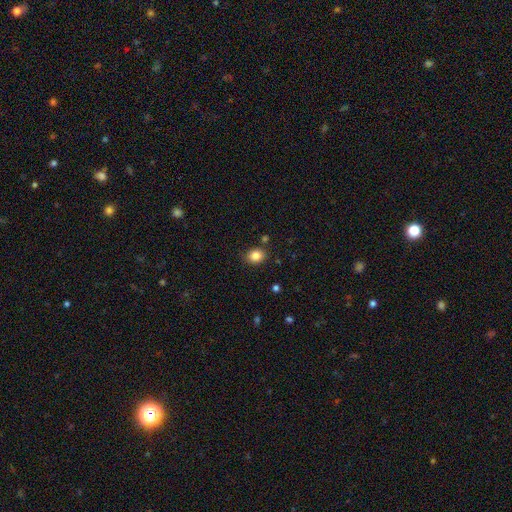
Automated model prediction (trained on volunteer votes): Smooth or featured?
  - smooth: 84% *
  - star or artifact: 10%
  - featured or disk: 6%
How rounded?
  - round: 53% *
  - in between: 46%
  - cigar-shaped: 1%
Merging?
  - none: 84% *
  - minor disturbance: 10%
  - merger: 3%
  - major disturbance: 3%